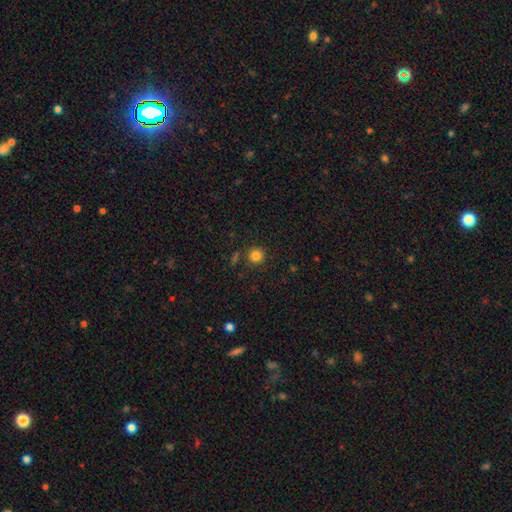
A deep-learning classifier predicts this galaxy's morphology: Smooth or featured? Predicted: smooth (p=0.83). How rounded? Predicted: round (p=0.93). Merging? Predicted: none (p=0.86).